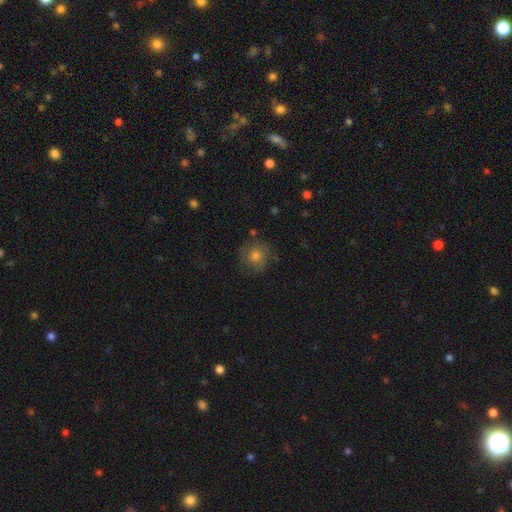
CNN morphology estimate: Smooth or featured: smooth — 63% (featured or disk — 25%)
How rounded: round — 90% (in between — 9%)
Merging: none — 79% (minor disturbance — 14%)